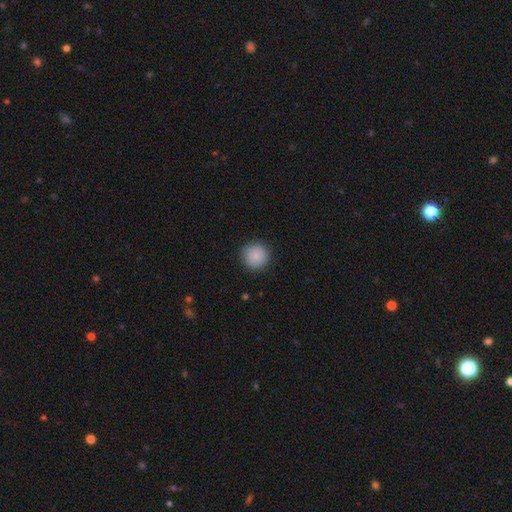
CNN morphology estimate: This is clearly a smooth galaxy (86%). How rounded: clearly round (94%). Merging: clearly none (89%).